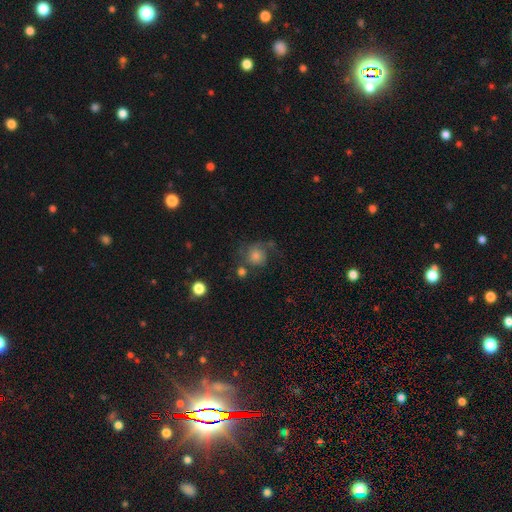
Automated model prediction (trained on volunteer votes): Smooth or featured? Predicted: featured or disk (p=0.44). Merging? Predicted: none (p=0.50).